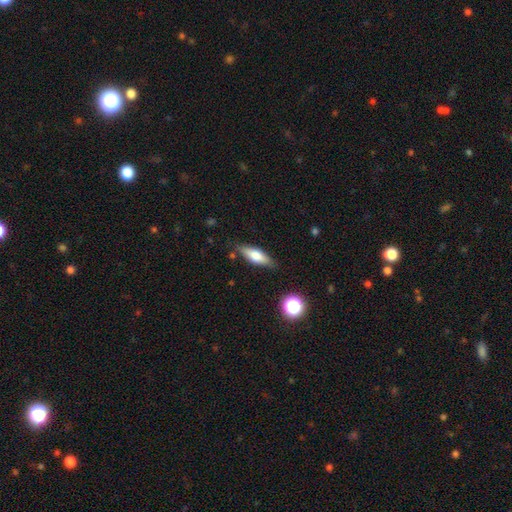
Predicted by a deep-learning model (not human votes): smooth-or-featured: smooth: 60% | featured or disk: 33% | star or artifact: 7%
  how-rounded: in between: 55% | cigar-shaped: 42% | round: 3%
  merging: none: 81% | minor disturbance: 13% | major disturbance: 3% | merger: 2%